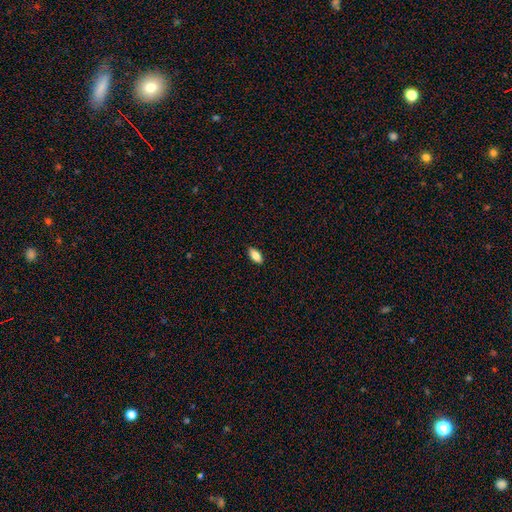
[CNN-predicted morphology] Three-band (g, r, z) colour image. It shows a smooth galaxy with no disk features (83%) that is in between round and cigar-shaped (88%). Merging: none (90%).